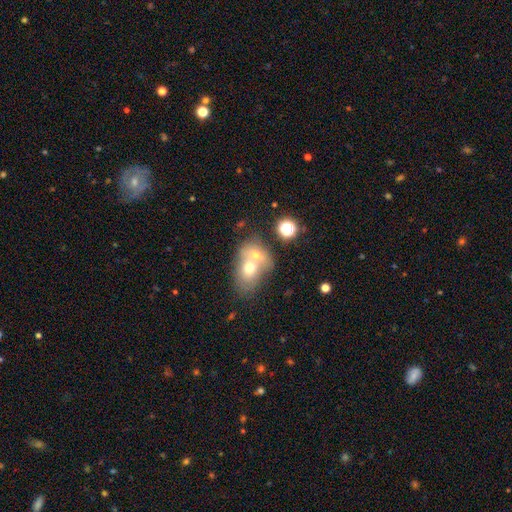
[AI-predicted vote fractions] Smooth or featured? smooth (63%)
How rounded? in between (59%)
Merging? merger (71%)